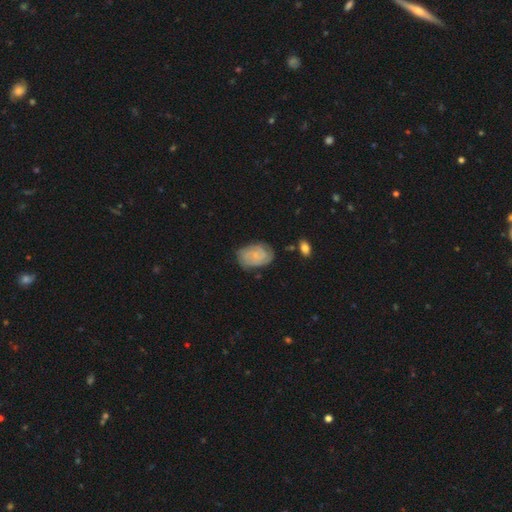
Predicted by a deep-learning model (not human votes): This appears to be a featured or disk galaxy (52%) with no bar (75%), spiral arms (84%) and a small central bulge (69%). Merging: none (68%).